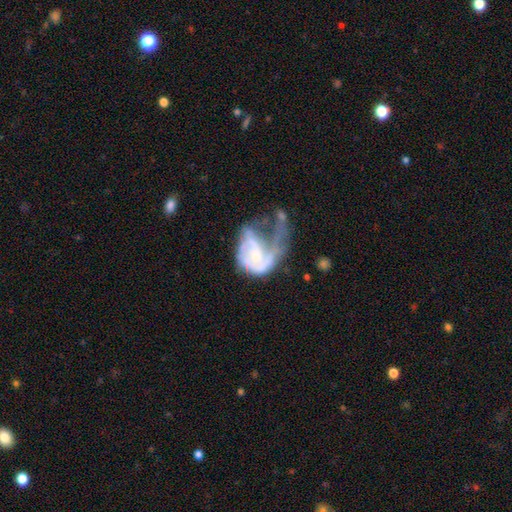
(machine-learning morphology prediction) smooth-or-featured: featured or disk: 71% | smooth: 22% | star or artifact: 7%
  disk-edge-on: no: 98% | yes: 2%
    bar: no: 70% | weak: 25% | strong: 5%
    has-spiral-arms: yes: 69% | no: 31%
    bulge-size: small: 58% | moderate: 26% | none: 12% | large: 3% | dominant: 1%
  merging: major disturbance: 64% | minor disturbance: 13% | none: 12% | merger: 11%